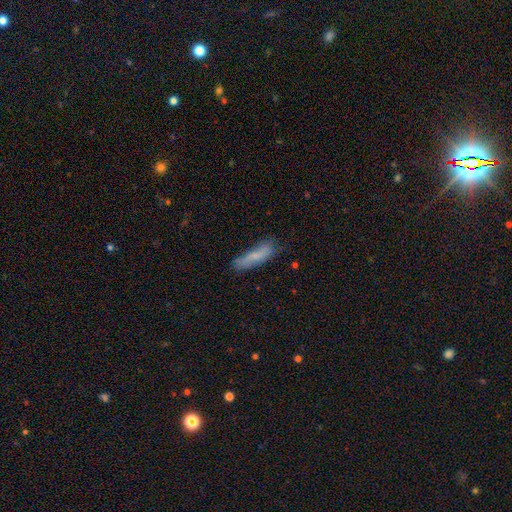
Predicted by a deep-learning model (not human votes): Morphology: type=smooth (71%); roundness=cigar-shaped (71%); merging=none (64%).